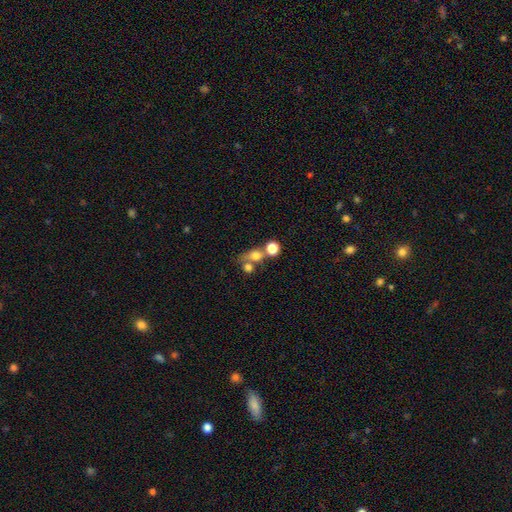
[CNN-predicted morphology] Smooth or featured: smooth — 71% (star or artifact — 15%)
How rounded: round — 66% (in between — 32%)
Merging: merger — 47% (none — 35%)